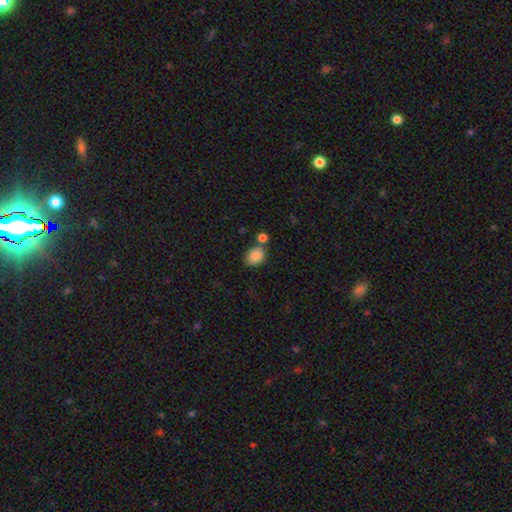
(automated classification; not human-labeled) Q: Smooth or featured?
A: smooth (87%); runner-up: star or artifact (8%)
Q: How rounded?
A: in between (68%); runner-up: round (31%)
Q: Merging?
A: none (65%); runner-up: merger (16%)